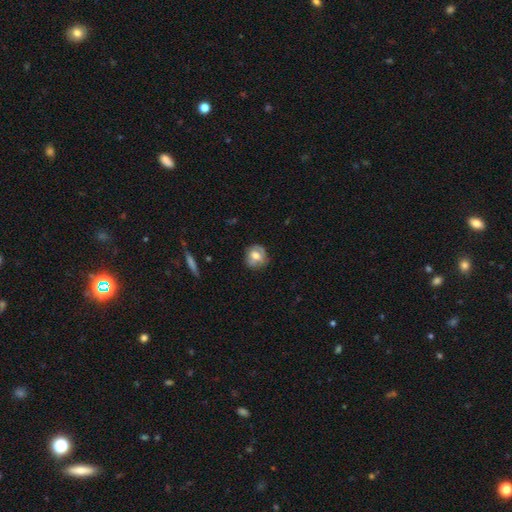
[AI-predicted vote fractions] A smooth galaxy with no disk features (56%) that is round (79%).

Vote fractions:
- Smooth or featured? smooth: 56% / featured or disk: 36% / star or artifact: 9%
- How rounded? round: 79% / in between: 20% / cigar-shaped: 1%
- Merging? none: 68% / minor disturbance: 23% / major disturbance: 7% / merger: 2%